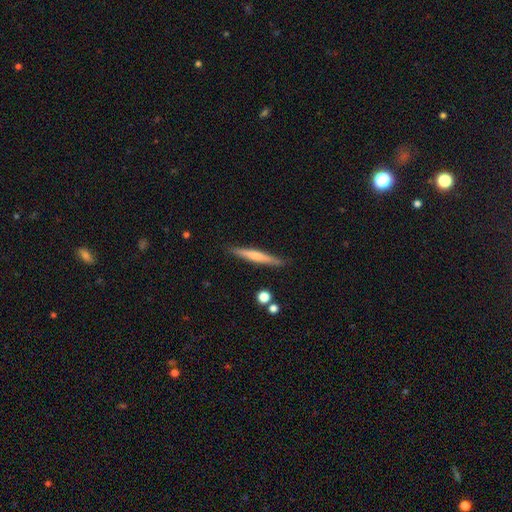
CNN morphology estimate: Overall: smooth (53%; featured or disk 41%). How rounded: cigar-shaped (94%). Merging: none (87%).